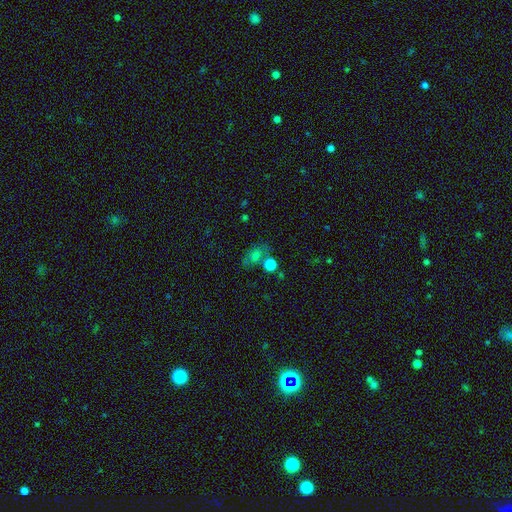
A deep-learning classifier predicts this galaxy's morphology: smooth_or_featured: smooth (p=0.68) [alt: featured or disk p=0.16]
how_rounded: in between (p=0.66) [alt: round p=0.30]
merging: none (p=0.53) [alt: merger p=0.22]